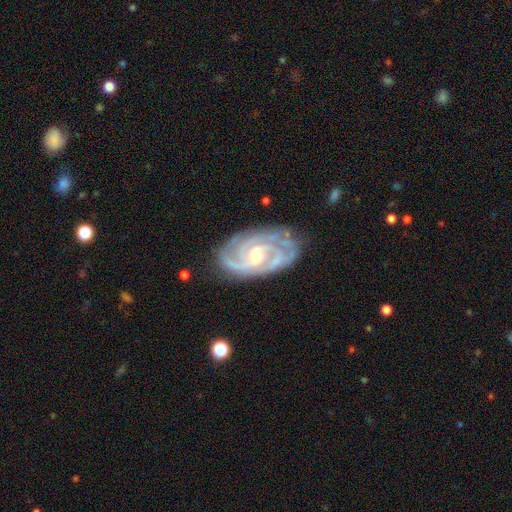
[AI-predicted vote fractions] smooth_or_featured: featured or disk (p=0.91) [alt: star or artifact p=0.05]
disk_edge_on: no (p=0.97) [alt: yes p=0.03]
bar: no (p=0.53) [alt: weak p=0.37]
has_spiral_arms: yes (p=0.98) [alt: no p=0.02]
spiral_winding: tight (p=0.66) [alt: medium p=0.30]
spiral_arm_count: 3 (p=0.42) [alt: 2 p=0.22]
bulge_size: moderate (p=0.50) [alt: small p=0.46]
merging: none (p=0.77) [alt: minor disturbance p=0.17]